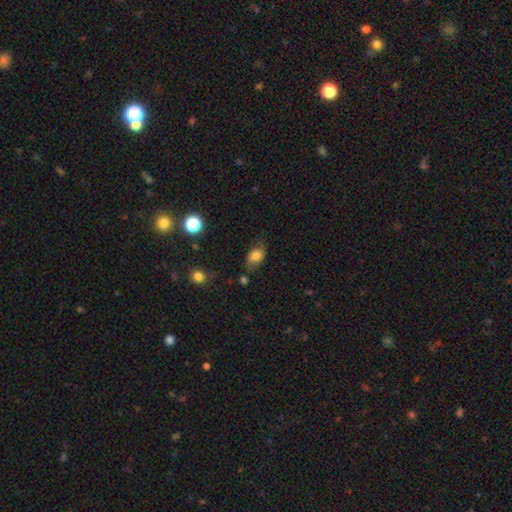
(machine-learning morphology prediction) smooth 77%, featured or disk 13%, star or artifact 10%. Down the decision tree: how rounded — in between (80%); merging — none (61%).